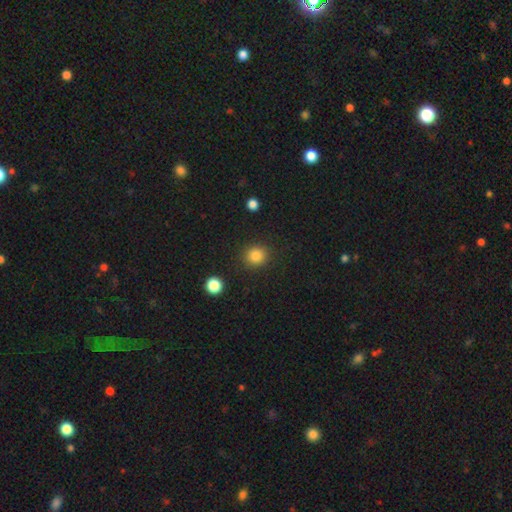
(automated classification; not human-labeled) smooth-or-featured: smooth: 84% | star or artifact: 11% | featured or disk: 5%
  how-rounded: round: 88% | in between: 11% | cigar-shaped: 1%
  merging: none: 90% | minor disturbance: 6% | major disturbance: 2% | merger: 2%